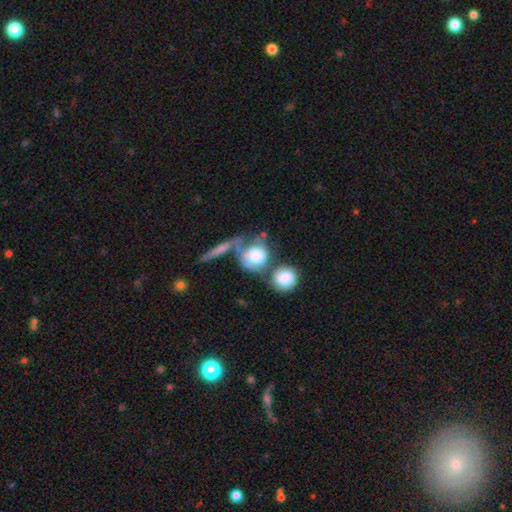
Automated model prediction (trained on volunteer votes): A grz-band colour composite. It shows a smooth galaxy with no disk features (63%) that is round (74%). Merging: merger (46%).